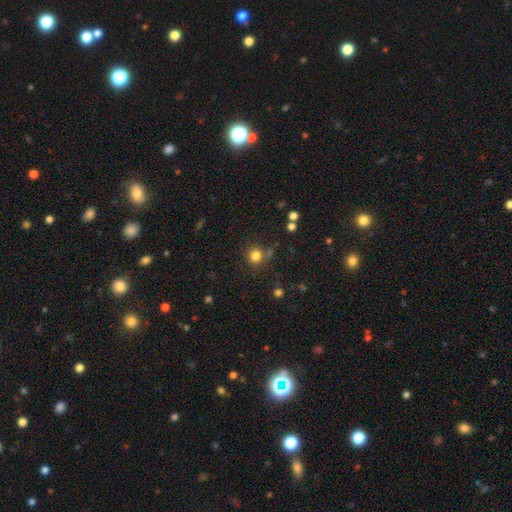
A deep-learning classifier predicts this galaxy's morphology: smooth_or_featured: smooth (p=0.81) [alt: star or artifact p=0.14]
how_rounded: round (p=0.91) [alt: in between p=0.08]
merging: none (p=0.79) [alt: minor disturbance p=0.10]